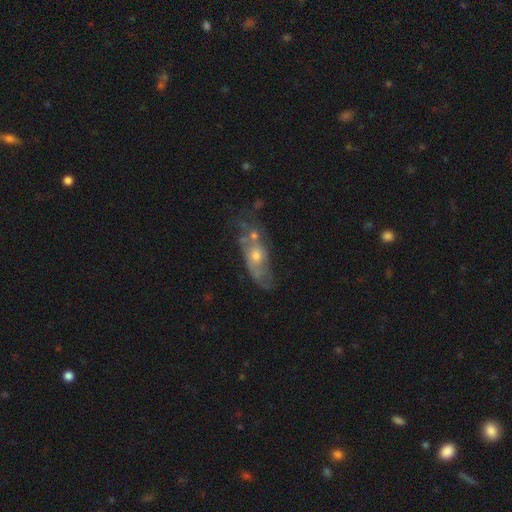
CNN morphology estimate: smooth-or-featured: featured or disk: 61% | smooth: 27% | star or artifact: 12%
  disk-edge-on: no: 75% | yes: 25%
  merging: none: 51% | minor disturbance: 23% | major disturbance: 14% | merger: 12%